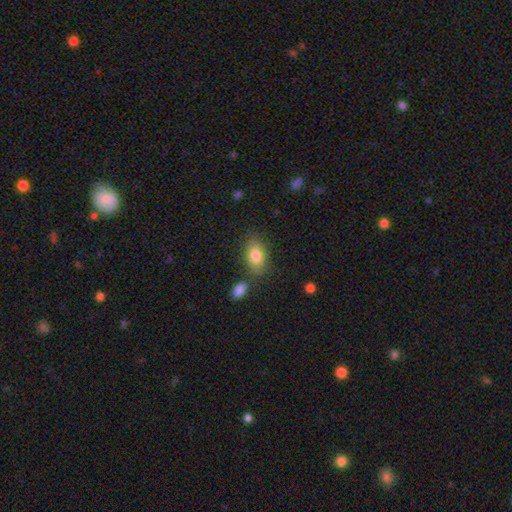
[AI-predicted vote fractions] Smooth or featured? Predicted: smooth (p=0.83). How rounded? Predicted: in between (p=0.86). Merging? Predicted: none (p=0.71).